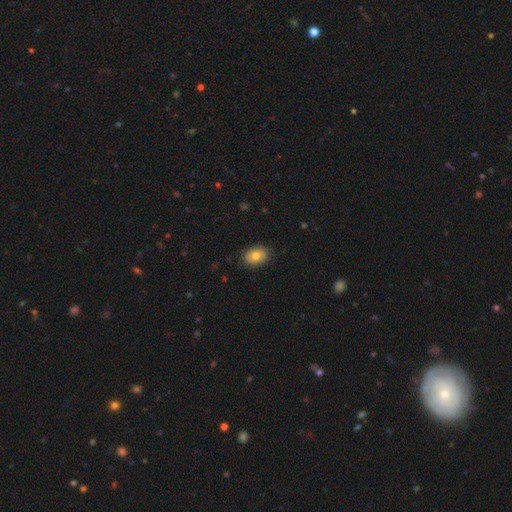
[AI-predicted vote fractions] smooth-or-featured: smooth: 77% | featured or disk: 15% | star or artifact: 8%
  how-rounded: in between: 77% | round: 22% | cigar-shaped: 1%
  merging: none: 85% | minor disturbance: 11% | major disturbance: 2% | merger: 1%